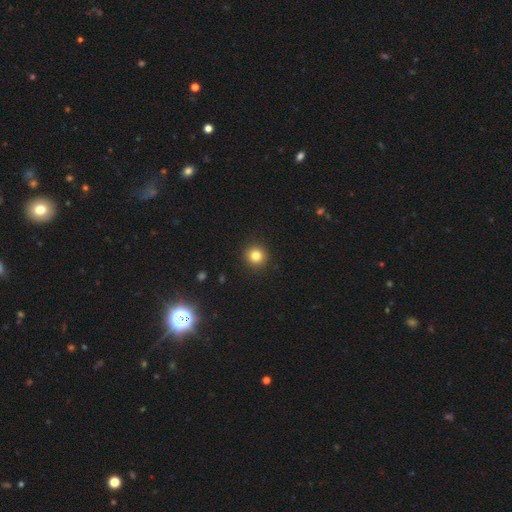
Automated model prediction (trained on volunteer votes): Smooth or featured? Predicted: smooth (p=0.83). How rounded? Predicted: round (p=0.93). Merging? Predicted: none (p=0.92).